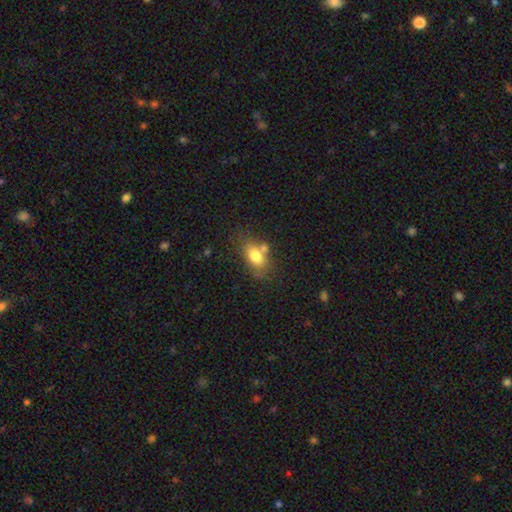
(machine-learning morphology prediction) This is likely a smooth galaxy (76%). How rounded: clearly in between (84%). Merging: possibly none (56%).